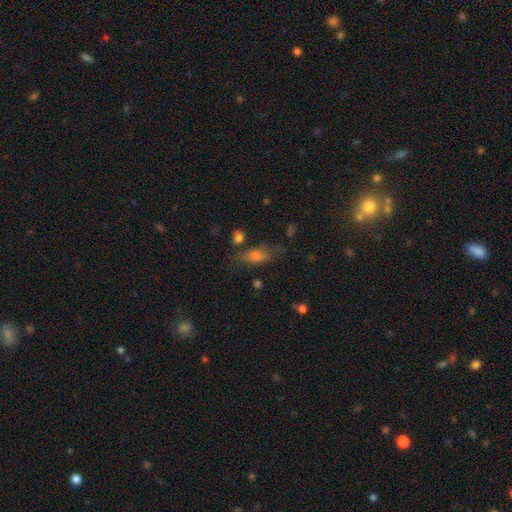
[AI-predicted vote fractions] Q: Smooth or featured?
A: smooth (57%); runner-up: featured or disk (25%)
Q: How rounded?
A: in between (64%); runner-up: cigar-shaped (28%)
Q: Merging?
A: none (67%); runner-up: minor disturbance (19%)